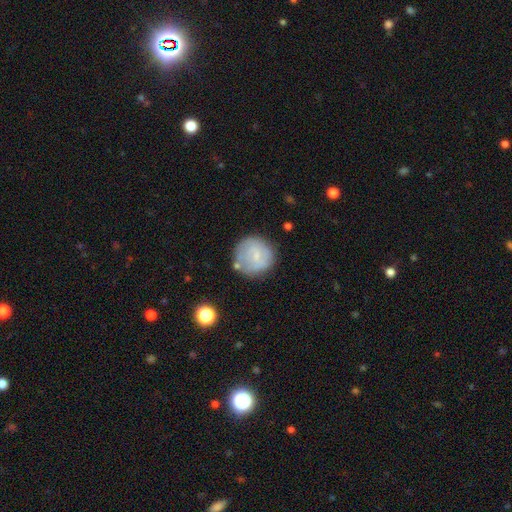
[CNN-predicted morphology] A smooth galaxy with no disk features (62%) that is round (92%).

Vote fractions:
- Smooth or featured? smooth: 62% / featured or disk: 30% / star or artifact: 8%
- How rounded? round: 92% / in between: 7% / cigar-shaped: 1%
- Merging? none: 70% / minor disturbance: 18% / major disturbance: 7% / merger: 5%